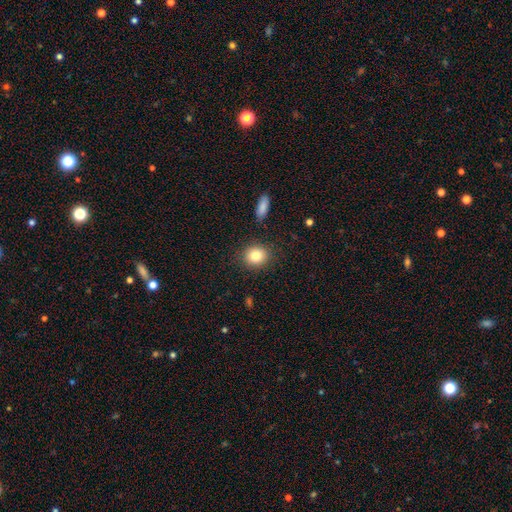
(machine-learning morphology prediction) This is clearly a smooth galaxy (83%). How rounded: likely round (76%). Merging: clearly none (88%).